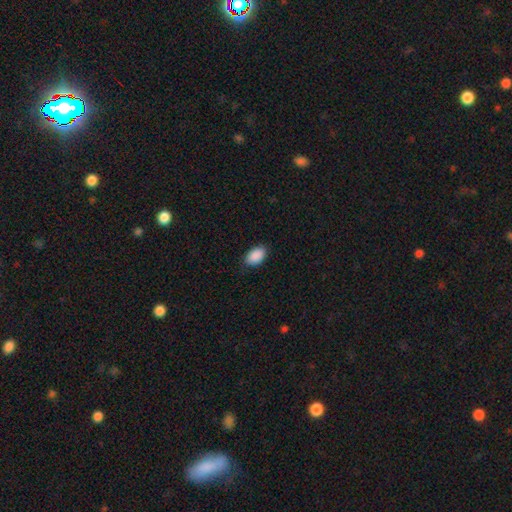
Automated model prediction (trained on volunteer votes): smooth 91%, star or artifact 7%, featured or disk 3%. Down the decision tree: how rounded — in between (92%); merging — none (84%).